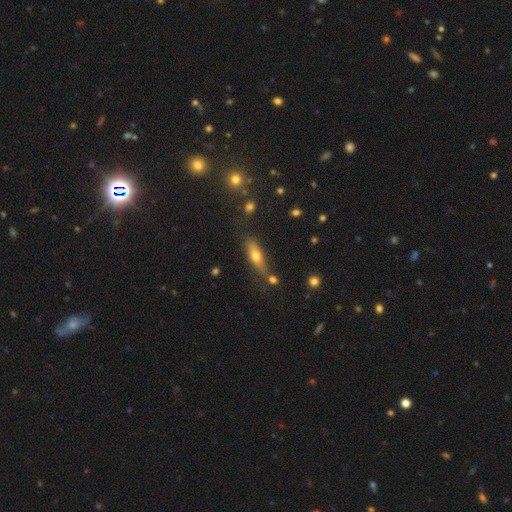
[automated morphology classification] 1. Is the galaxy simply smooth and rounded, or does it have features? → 57% smooth, 35% featured or disk, 8% star or artifact.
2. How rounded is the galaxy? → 54% cigar-shaped, 42% in between, 4% round.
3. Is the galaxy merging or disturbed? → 68% none, 18% minor disturbance, 9% merger, 5% major disturbance.